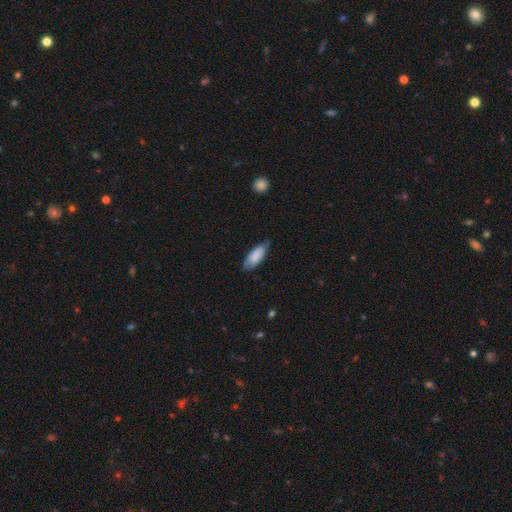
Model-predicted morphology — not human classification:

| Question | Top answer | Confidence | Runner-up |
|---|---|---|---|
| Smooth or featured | smooth | 82% | featured or disk (12%) |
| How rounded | in between | 75% | cigar-shaped (23%) |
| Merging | none | 65% | minor disturbance (29%) |